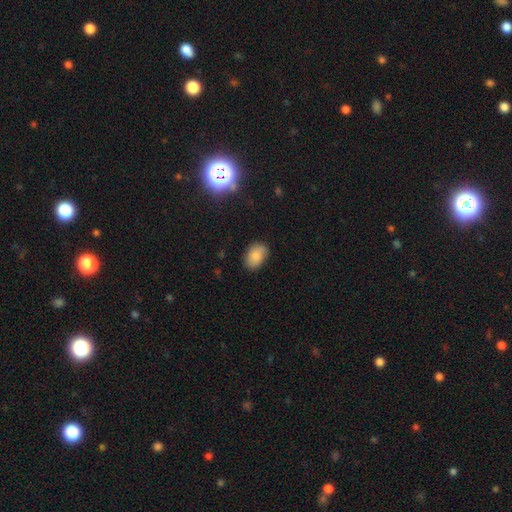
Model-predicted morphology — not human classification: This is clearly a smooth galaxy (84%). How rounded: clearly in between (85%). Merging: clearly none (81%).